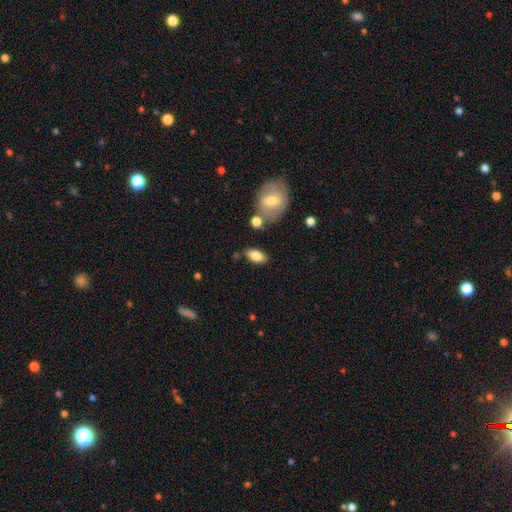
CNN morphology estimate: Smooth or featured?
  - smooth: 78% *
  - featured or disk: 14%
  - star or artifact: 8%
How rounded?
  - in between: 88% *
  - cigar-shaped: 7%
  - round: 5%
Merging?
  - none: 79% *
  - minor disturbance: 12%
  - merger: 6%
  - major disturbance: 3%